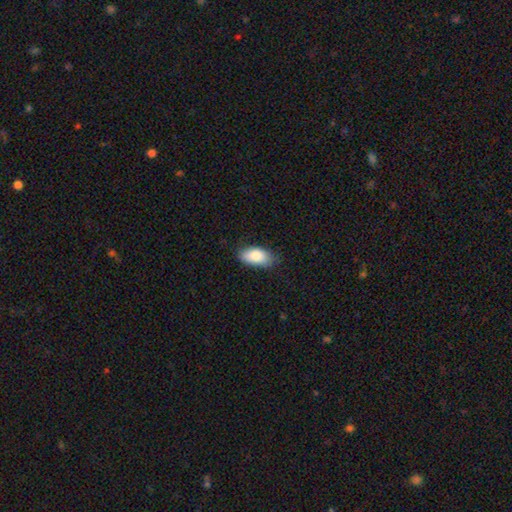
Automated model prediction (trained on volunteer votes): A smooth galaxy with no disk features (84%) that is in between round and cigar-shaped (93%). Merging: none (75%).